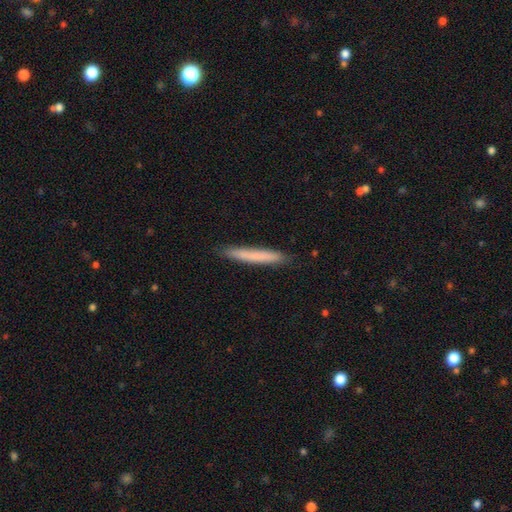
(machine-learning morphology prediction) smooth 73%, featured or disk 21%, star or artifact 6%. Down the decision tree: how rounded — cigar-shaped (96%); merging — none (88%).